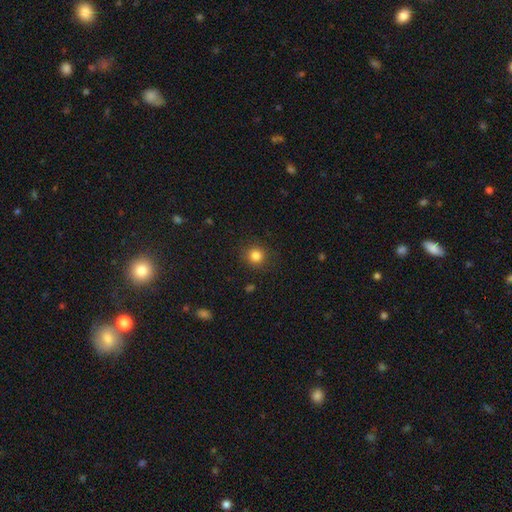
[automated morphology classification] This is clearly a smooth galaxy (83%). How rounded: clearly round (91%). Merging: clearly none (89%).